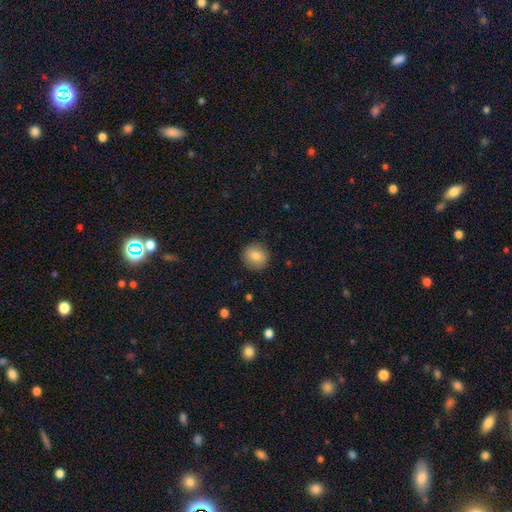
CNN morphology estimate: Overall: smooth (83%). How rounded: round (90%). Merging: none (89%).